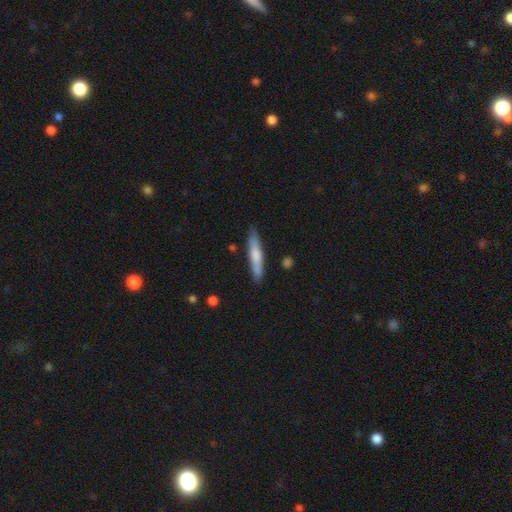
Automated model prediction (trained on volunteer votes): Morphology: type=smooth (66%); roundness=cigar-shaped (90%); merging=none (85%).